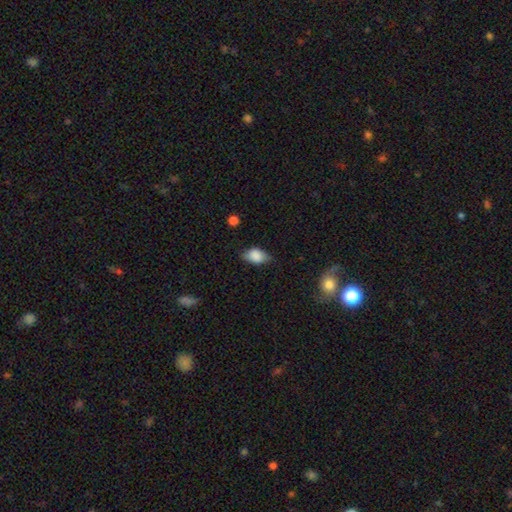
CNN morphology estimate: smooth 81%, featured or disk 11%, star or artifact 8%. Down the decision tree: how rounded — in between (82%); merging — none (64%).